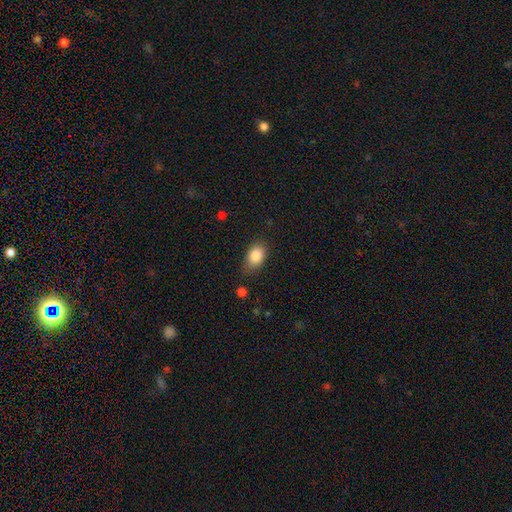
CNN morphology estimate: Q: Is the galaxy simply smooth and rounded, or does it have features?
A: smooth — 85%.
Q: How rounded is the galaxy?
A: in between — 79%.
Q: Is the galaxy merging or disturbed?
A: none — 72%.